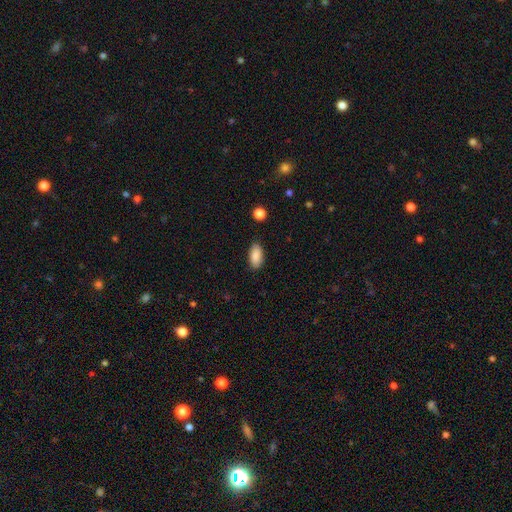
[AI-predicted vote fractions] Smooth or featured: smooth — 89% (star or artifact — 7%)
How rounded: in between — 91% (cigar-shaped — 6%)
Merging: none — 85% (minor disturbance — 11%)